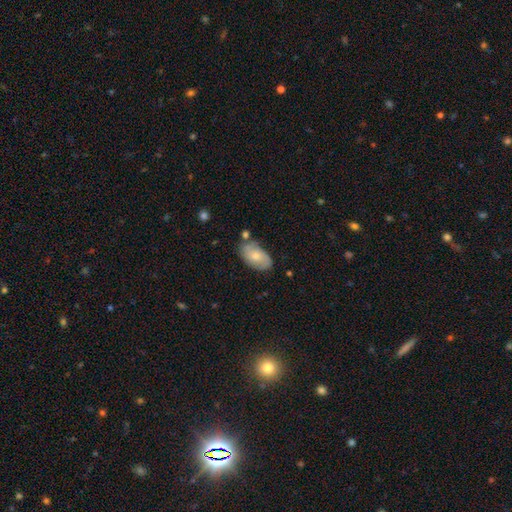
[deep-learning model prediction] This is possibly a smooth galaxy (60%). How rounded: clearly in between (92%). Merging: likely none (66%).